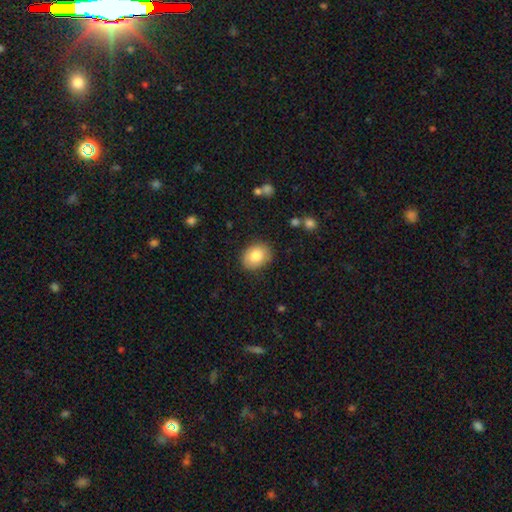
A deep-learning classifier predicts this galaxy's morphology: smooth_or_featured: smooth (p=0.81) [alt: featured or disk p=0.10]
how_rounded: in between (p=0.58) [alt: round p=0.41]
merging: none (p=0.86) [alt: minor disturbance p=0.11]